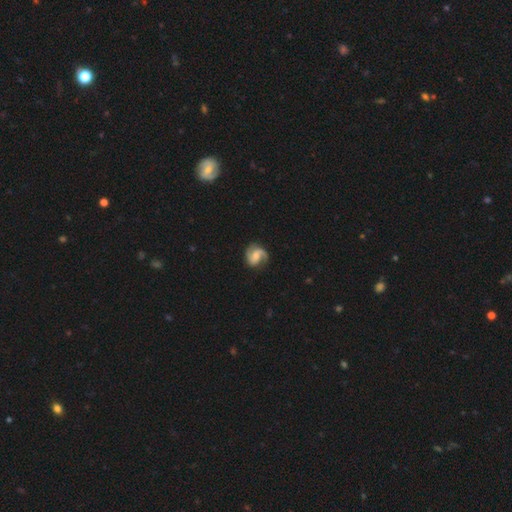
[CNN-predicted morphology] Smooth or featured? Predicted: featured or disk (p=0.84). Edge-on disk? Predicted: no (p=0.98). Bar? Predicted: no (p=0.44). Spiral arms? Predicted: yes (p=0.97). Spiral winding? Predicted: medium (p=0.51). Spiral arm count? Predicted: 2 (p=0.86). Bulge size? Predicted: moderate (p=0.49). Merging? Predicted: none (p=0.77).